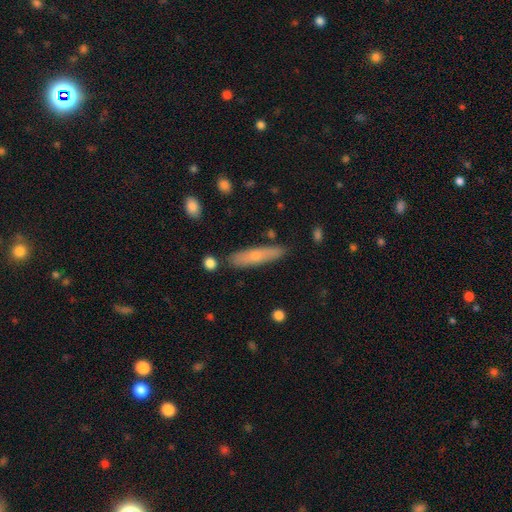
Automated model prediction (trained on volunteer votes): A smooth galaxy with no disk features (62%) that is cigar-shaped (81%). Merging: none (81%).